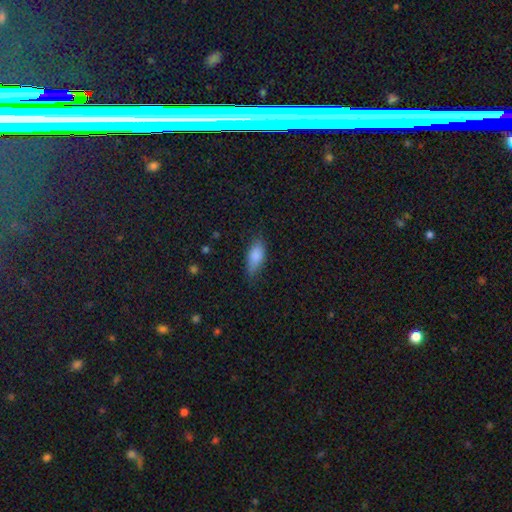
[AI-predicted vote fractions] Overall: smooth (83%). How rounded: in between (84%). Merging: none (69%).